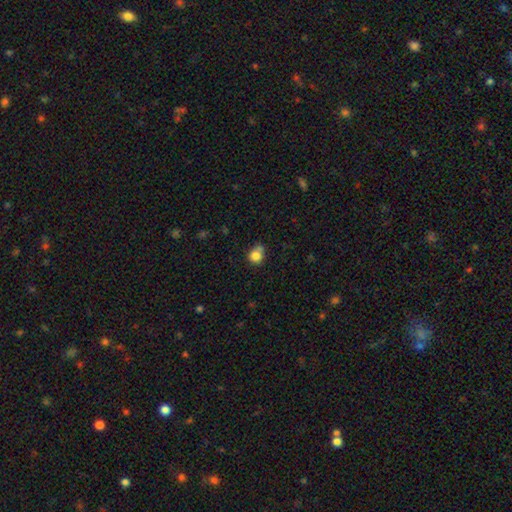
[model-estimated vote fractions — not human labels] Overall: smooth (82%). How rounded: round (80%). Merging: none (53%; minor disturbance 23%).